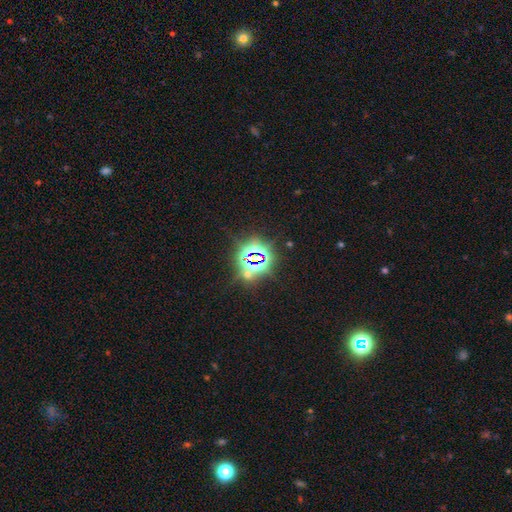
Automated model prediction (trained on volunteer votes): Smooth or featured? star or artifact (80%)